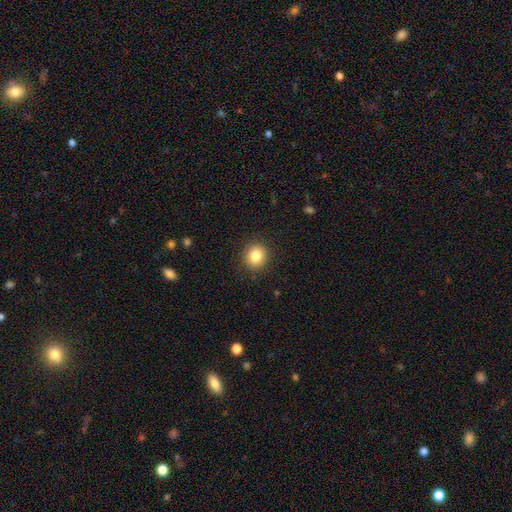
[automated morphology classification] Smooth or featured?
  - smooth: 83% *
  - star or artifact: 10%
  - featured or disk: 7%
How rounded?
  - round: 85% *
  - in between: 14%
  - cigar-shaped: 1%
Merging?
  - none: 90% *
  - minor disturbance: 7%
  - major disturbance: 2%
  - merger: 1%